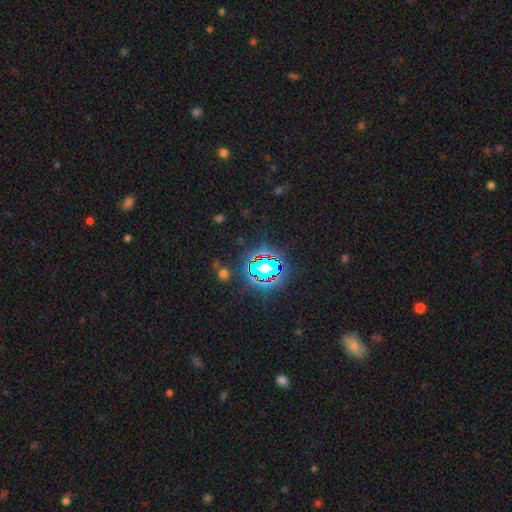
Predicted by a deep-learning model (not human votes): This appears to be a star or artifact, not a galaxy (80%).